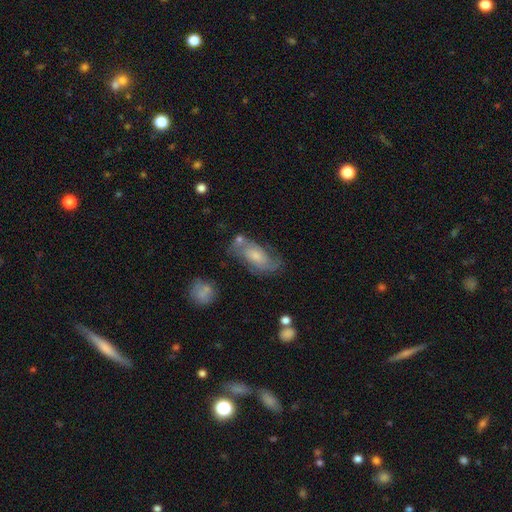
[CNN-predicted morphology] A featured or disk galaxy (63%) with no bar (64%), 2 (62%) medium (45%) spiral arms (87%) and a moderate central bulge (44%). Merging: none (61%).